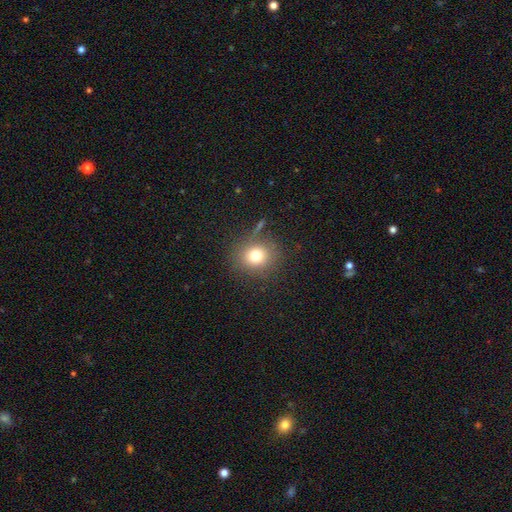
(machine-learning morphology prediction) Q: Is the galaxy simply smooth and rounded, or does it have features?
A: smooth — 76%.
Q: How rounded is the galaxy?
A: round — 83%.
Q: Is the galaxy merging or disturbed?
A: none — 80%.